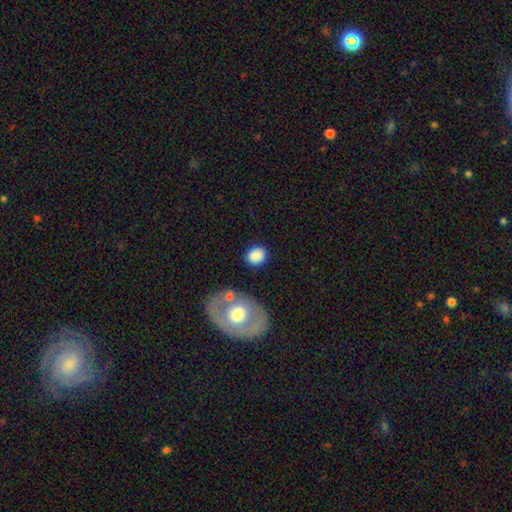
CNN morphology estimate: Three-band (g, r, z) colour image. It shows a smooth galaxy with no disk features (83%) that is round (65%). Merging: none (76%).